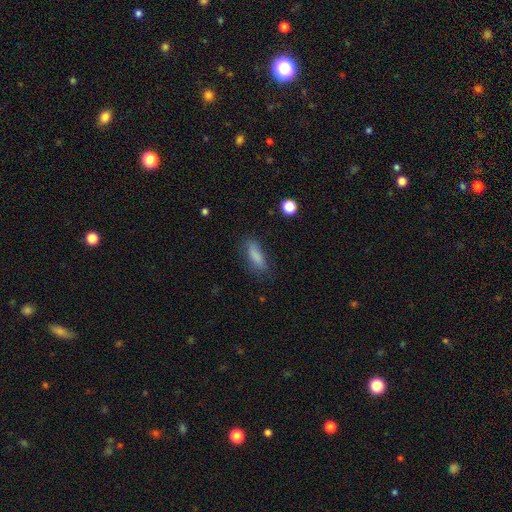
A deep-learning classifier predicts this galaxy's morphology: smooth-or-featured: smooth: 83% | star or artifact: 9% | featured or disk: 8%
  how-rounded: in between: 56% | cigar-shaped: 42% | round: 2%
  merging: none: 74% | minor disturbance: 18% | major disturbance: 6% | merger: 2%